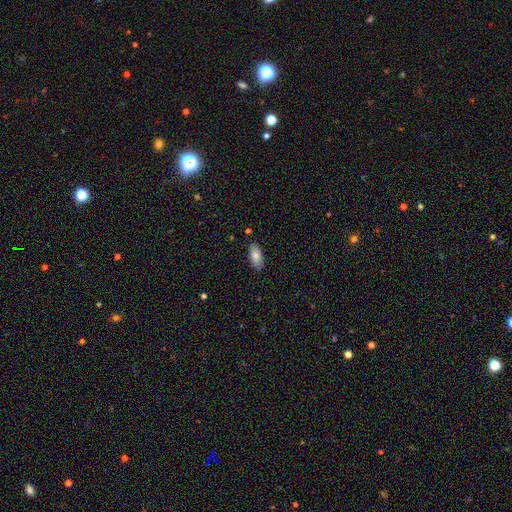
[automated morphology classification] Overall: smooth (83%). How rounded: in between (90%). Merging: none (84%).